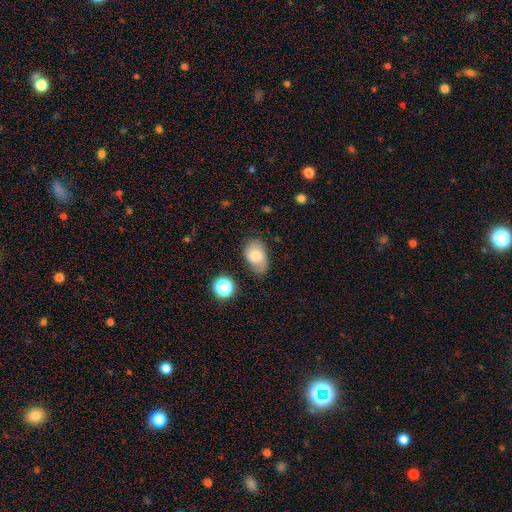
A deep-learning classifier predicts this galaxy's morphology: Q: Smooth or featured?
A: smooth (60%); runner-up: featured or disk (30%)
Q: How rounded?
A: in between (82%); runner-up: round (17%)
Q: Merging?
A: none (60%); runner-up: minor disturbance (28%)